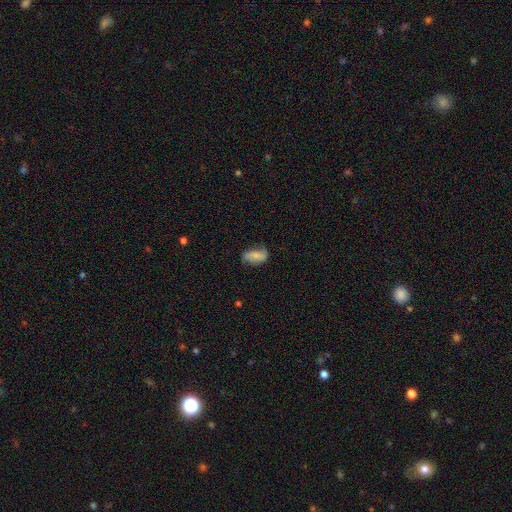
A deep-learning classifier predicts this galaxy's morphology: smooth_or_featured: smooth (p=0.59) [alt: featured or disk p=0.32]
how_rounded: in between (p=0.90) [alt: round p=0.06]
merging: none (p=0.60) [alt: minor disturbance p=0.29]